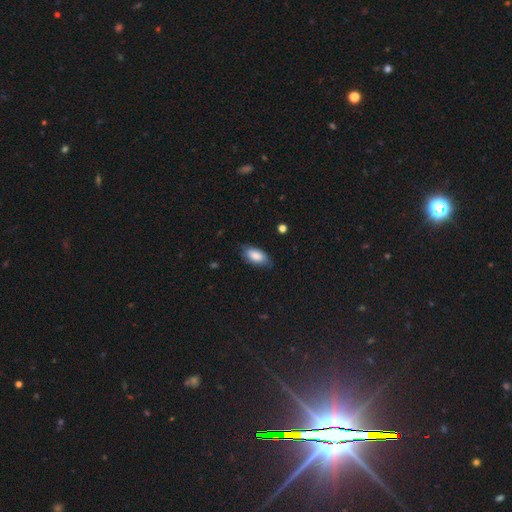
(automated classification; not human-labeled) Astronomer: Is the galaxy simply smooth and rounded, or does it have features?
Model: smooth — 82%.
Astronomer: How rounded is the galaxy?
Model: in between — 91%.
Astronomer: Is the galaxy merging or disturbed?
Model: none — 74%.